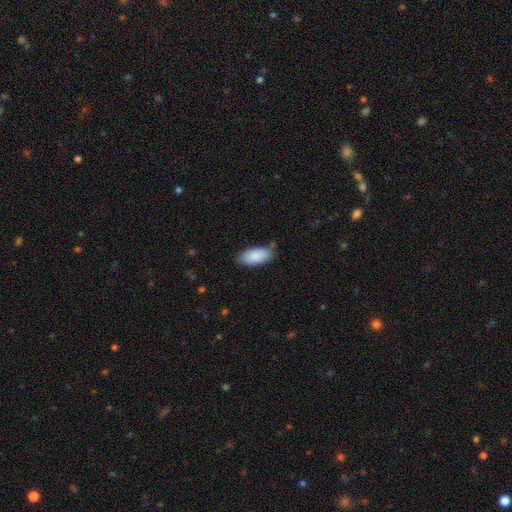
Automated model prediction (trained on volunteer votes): A smooth galaxy with no disk features (88%) that is in between round and cigar-shaped (89%).

Vote fractions:
- Smooth or featured? smooth: 88% / featured or disk: 6% / star or artifact: 6%
- How rounded? in between: 89% / cigar-shaped: 9% / round: 2%
- Merging? none: 74% / minor disturbance: 19% / major disturbance: 4% / merger: 3%